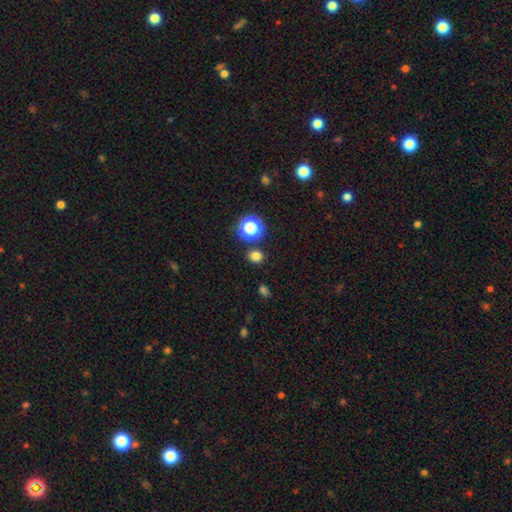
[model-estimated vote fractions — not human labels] This is likely a smooth galaxy (76%). How rounded: likely round (78%). Merging: clearly none (85%).